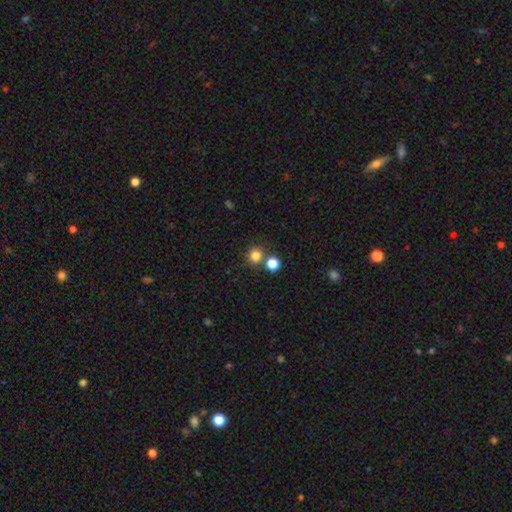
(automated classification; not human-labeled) Q: Smooth or featured?
A: smooth (81%); runner-up: star or artifact (14%)
Q: How rounded?
A: round (91%); runner-up: in between (8%)
Q: Merging?
A: none (74%); runner-up: merger (17%)